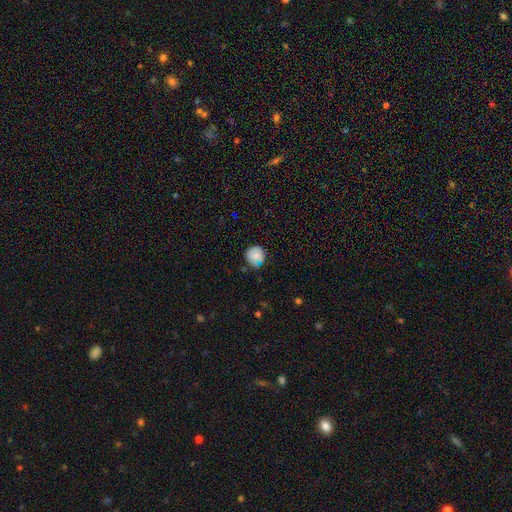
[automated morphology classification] smooth-or-featured: smooth: 81% | featured or disk: 11% | star or artifact: 9%
  how-rounded: round: 86% | in between: 13% | cigar-shaped: 1%
  merging: none: 65% | minor disturbance: 28% | major disturbance: 5% | merger: 3%